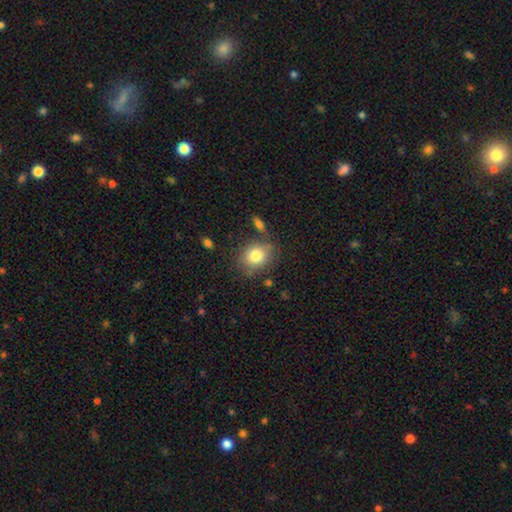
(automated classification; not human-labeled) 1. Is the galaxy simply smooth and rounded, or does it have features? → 80% smooth, 10% featured or disk, 9% star or artifact.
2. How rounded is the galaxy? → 61% round, 38% in between, 1% cigar-shaped.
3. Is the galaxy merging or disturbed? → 74% none, 15% minor disturbance, 7% merger, 5% major disturbance.